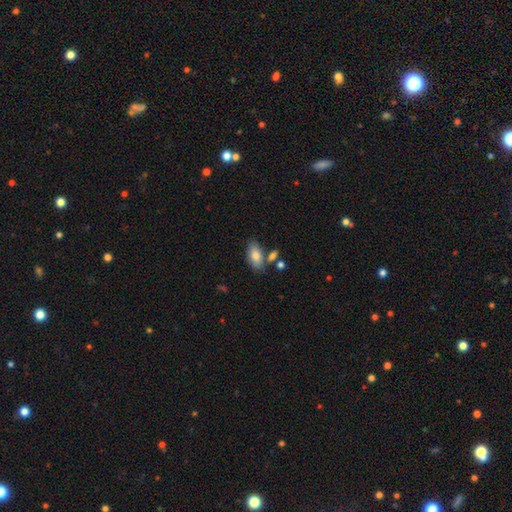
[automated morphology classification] Smooth or featured? Predicted: smooth (p=0.80). How rounded? Predicted: in between (p=0.91). Merging? Predicted: none (p=0.69).